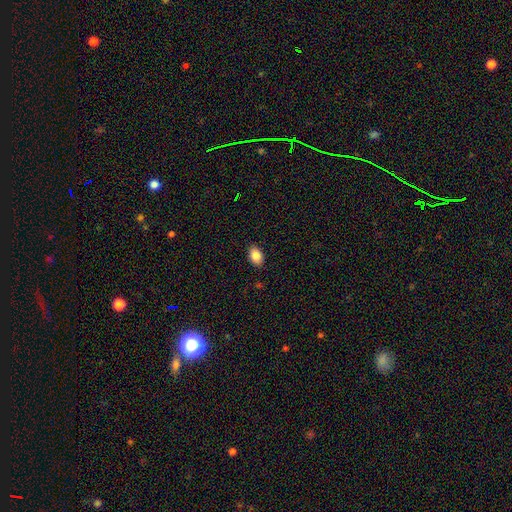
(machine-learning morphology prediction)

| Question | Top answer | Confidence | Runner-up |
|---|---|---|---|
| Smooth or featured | smooth | 86% | star or artifact (8%) |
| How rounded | in between | 86% | round (13%) |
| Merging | none | 88% | minor disturbance (9%) |